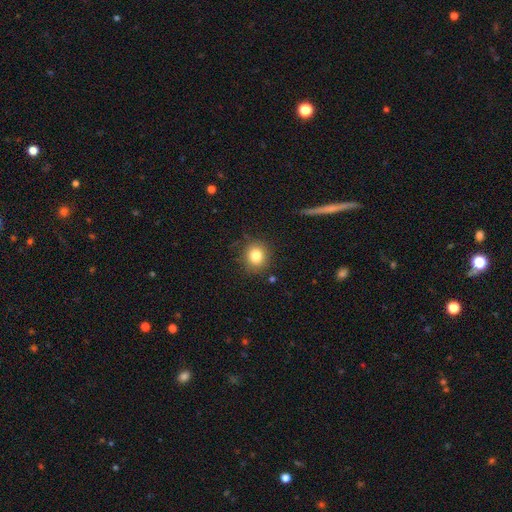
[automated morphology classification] Smooth or featured? smooth (81%)
How rounded? round (85%)
Merging? none (86%)